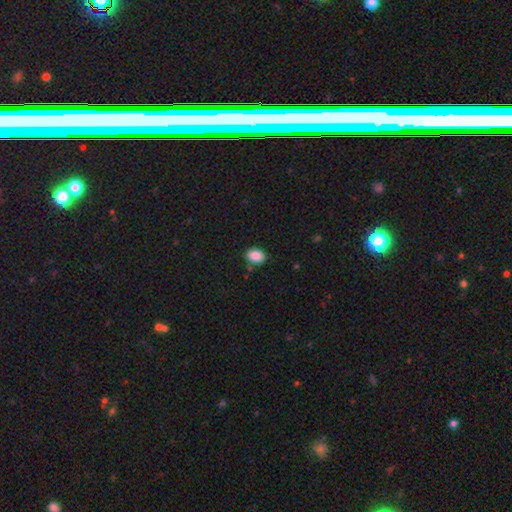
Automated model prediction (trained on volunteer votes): Smooth or featured: smooth — 87% (star or artifact — 8%)
How rounded: in between — 78% (round — 21%)
Merging: none — 83% (minor disturbance — 12%)